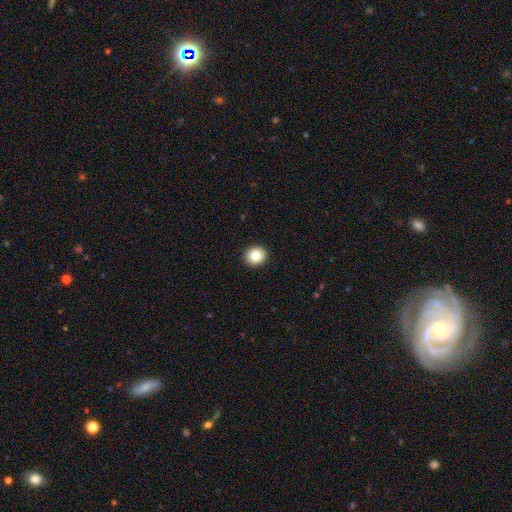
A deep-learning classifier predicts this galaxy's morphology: type=smooth (83%); roundness=round (89%); merging=none (93%).